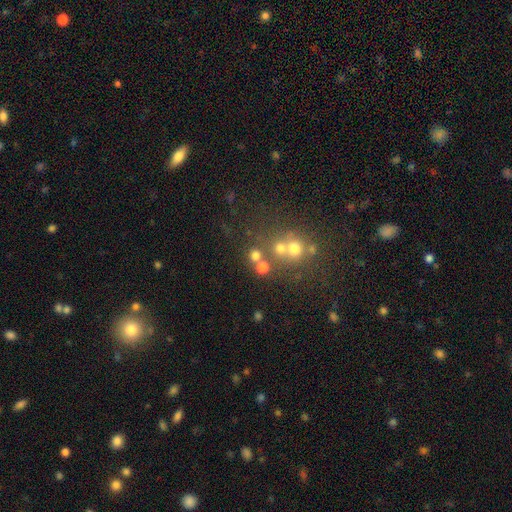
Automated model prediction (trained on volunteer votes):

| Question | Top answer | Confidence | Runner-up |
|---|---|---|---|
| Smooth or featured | smooth | 65% | star or artifact (22%) |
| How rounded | round | 88% | in between (10%) |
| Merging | none | 61% | merger (28%) |